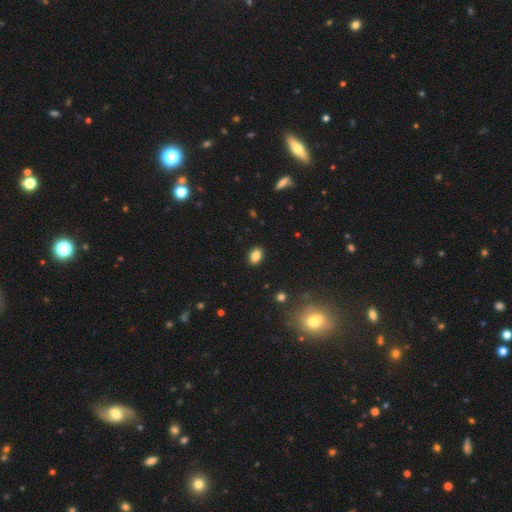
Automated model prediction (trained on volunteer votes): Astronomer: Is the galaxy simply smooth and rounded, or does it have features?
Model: smooth — 83%.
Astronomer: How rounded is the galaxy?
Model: in between — 82%.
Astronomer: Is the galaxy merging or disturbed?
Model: none — 89%.